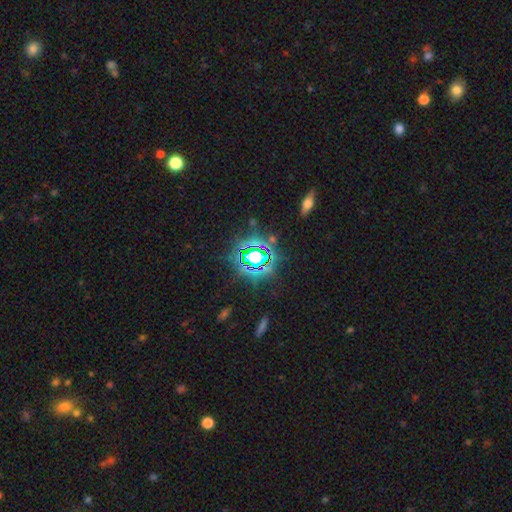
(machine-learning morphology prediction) Smooth or featured? star or artifact (78%)